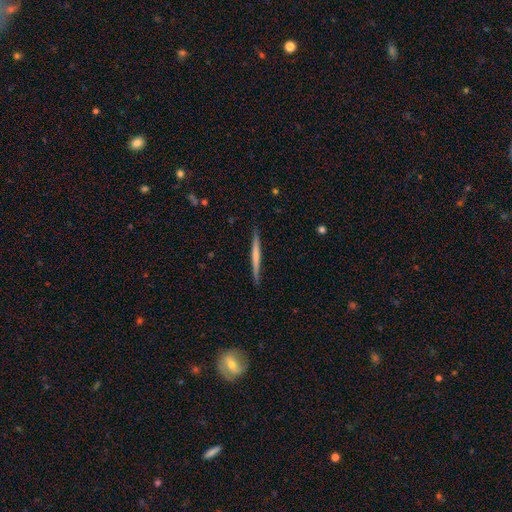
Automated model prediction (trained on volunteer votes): A smooth galaxy with no disk features (48%).

Vote fractions:
- Smooth or featured? smooth: 48% / featured or disk: 47% / star or artifact: 5%
- Merging? none: 90% / minor disturbance: 8% / major disturbance: 1% / merger: 1%